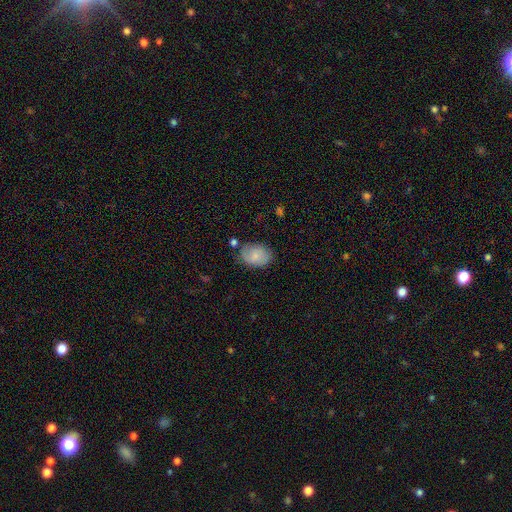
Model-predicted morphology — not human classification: The model was most divided on "merging": none: 71%, minor disturbance: 21%, major disturbance: 5%, merger: 4%. More confident: how rounded — in between (78%); smooth or featured — smooth (73%).